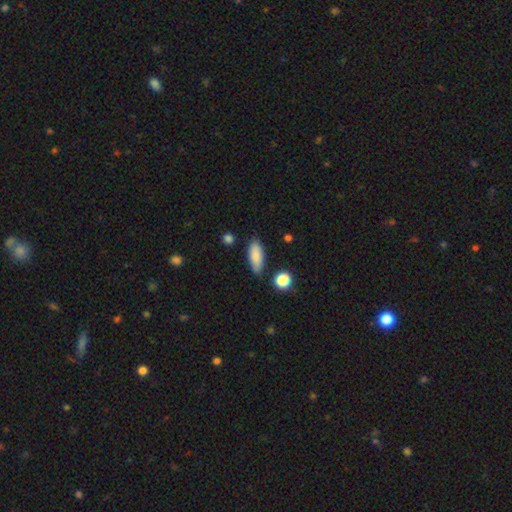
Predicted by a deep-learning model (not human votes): smooth-or-featured: smooth: 86% | star or artifact: 7% | featured or disk: 7%
  how-rounded: in between: 76% | cigar-shaped: 22% | round: 3%
  merging: none: 82% | minor disturbance: 12% | merger: 3% | major disturbance: 3%